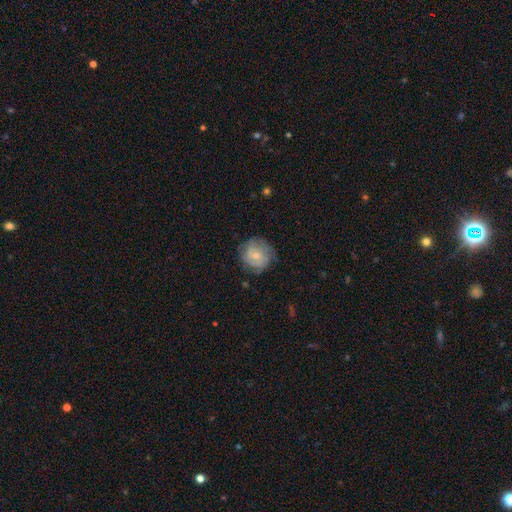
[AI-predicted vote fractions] The model was most divided on "smooth or featured": smooth: 56%, featured or disk: 37%, star or artifact: 7%. More confident: how rounded — round (87%); merging — none (71%).